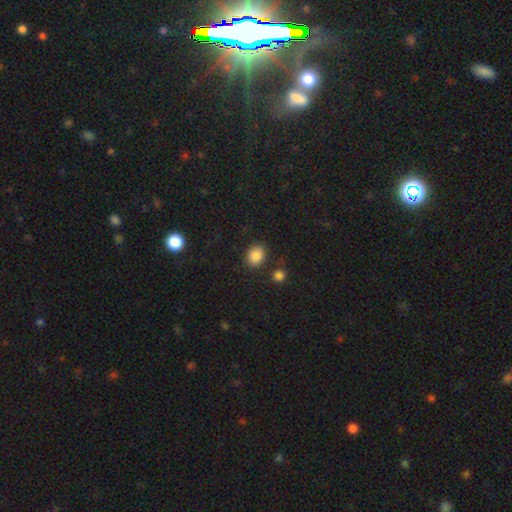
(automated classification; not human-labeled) Morphology: type=smooth (86%); roundness=in between (55%); merging=none (80%).